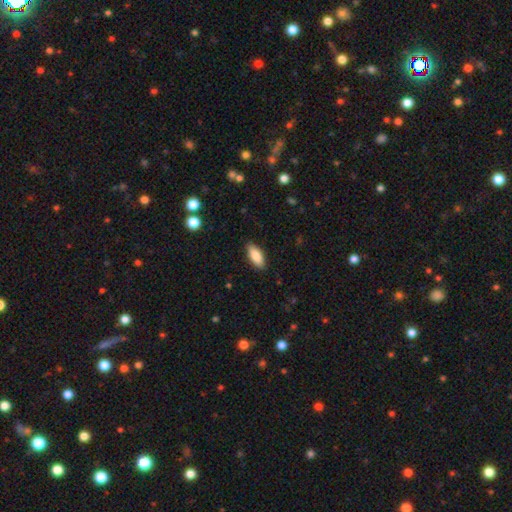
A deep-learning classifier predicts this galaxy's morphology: Smooth or featured? Predicted: smooth (p=0.84). How rounded? Predicted: in between (p=0.84). Merging? Predicted: none (p=0.87).